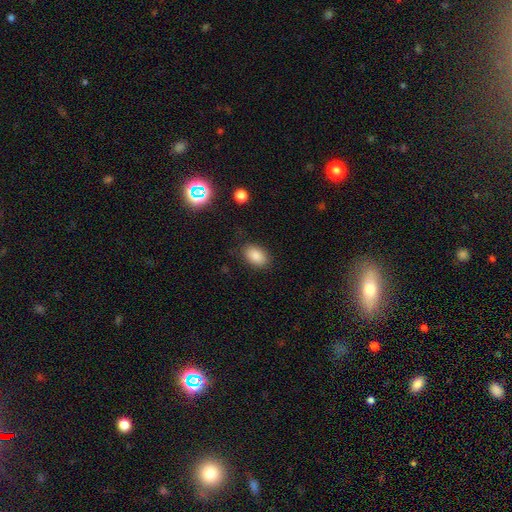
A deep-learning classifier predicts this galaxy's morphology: smooth-or-featured: smooth: 87% | star or artifact: 9% | featured or disk: 5%
  how-rounded: in between: 88% | round: 11% | cigar-shaped: 1%
  merging: none: 84% | minor disturbance: 11% | major disturbance: 3% | merger: 1%